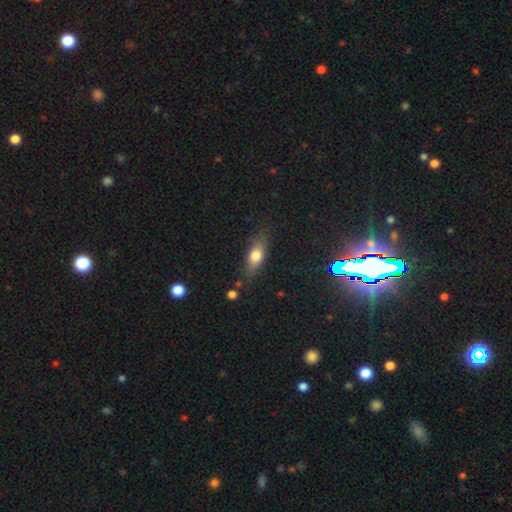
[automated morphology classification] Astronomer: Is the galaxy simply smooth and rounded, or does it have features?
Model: smooth — 68%.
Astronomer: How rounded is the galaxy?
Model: in between — 68%.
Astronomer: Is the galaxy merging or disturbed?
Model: none — 69%.